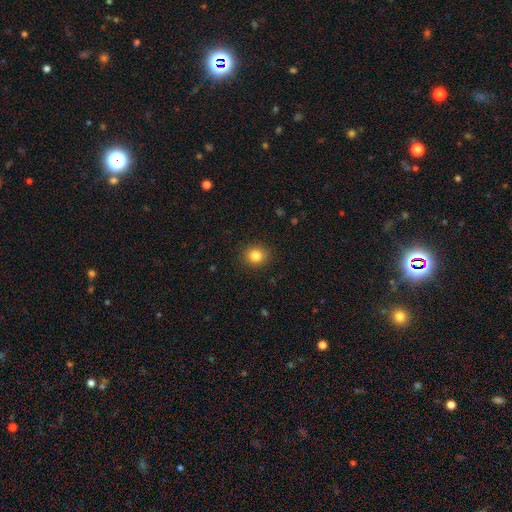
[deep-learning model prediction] Smooth or featured? smooth (83%)
How rounded? round (83%)
Merging? none (90%)